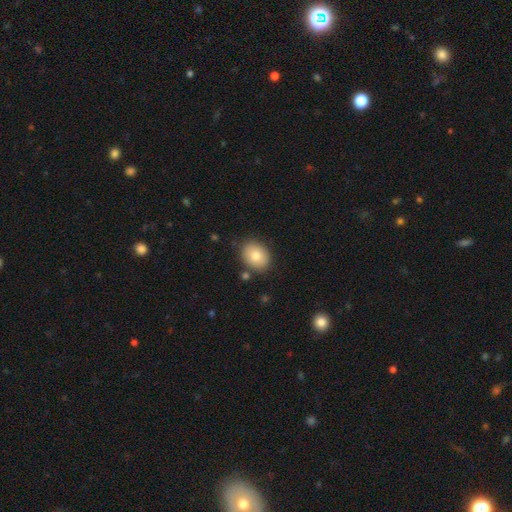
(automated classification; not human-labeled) A smooth galaxy with no disk features (80%) that is in between round and cigar-shaped (50%).

Vote fractions:
- Smooth or featured? smooth: 80% / featured or disk: 11% / star or artifact: 8%
- How rounded? in between: 50% / round: 49% / cigar-shaped: 1%
- Merging? none: 82% / minor disturbance: 11% / merger: 4% / major disturbance: 3%